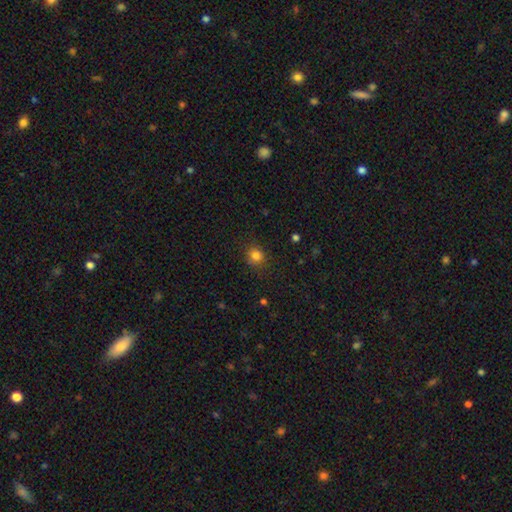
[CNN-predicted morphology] Smooth or featured: smooth — 83% (star or artifact — 13%)
How rounded: round — 85% (in between — 14%)
Merging: none — 86% (minor disturbance — 10%)